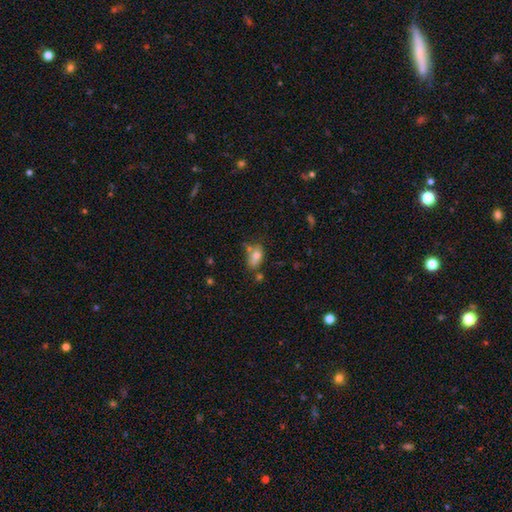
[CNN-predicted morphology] smooth-or-featured: smooth: 74% | featured or disk: 16% | star or artifact: 11%
  how-rounded: in between: 85% | round: 11% | cigar-shaped: 5%
  merging: none: 44% | merger: 24% | minor disturbance: 23% | major disturbance: 10%